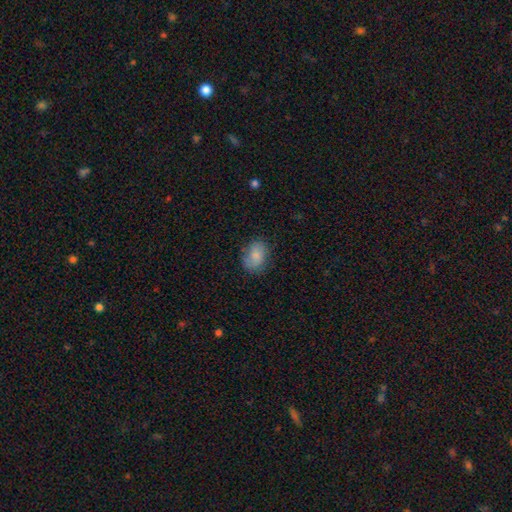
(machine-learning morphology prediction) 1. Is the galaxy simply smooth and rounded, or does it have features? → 80% smooth, 12% featured or disk, 8% star or artifact.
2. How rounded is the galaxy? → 74% in between, 25% round, 1% cigar-shaped.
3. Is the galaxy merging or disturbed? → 71% none, 21% minor disturbance, 6% major disturbance, 2% merger.